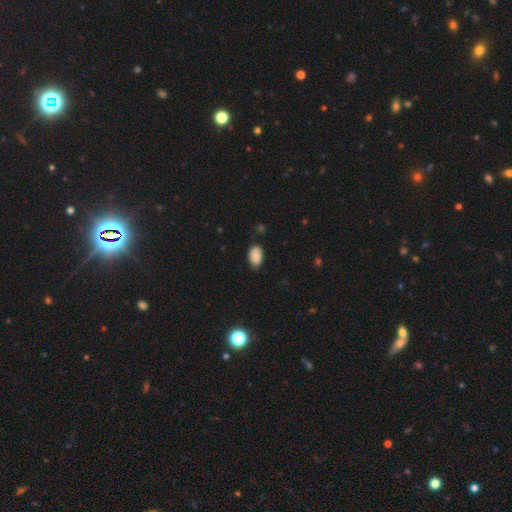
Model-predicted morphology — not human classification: A smooth galaxy with no disk features (89%) that is in between round and cigar-shaped (91%). Merging: none (74%).